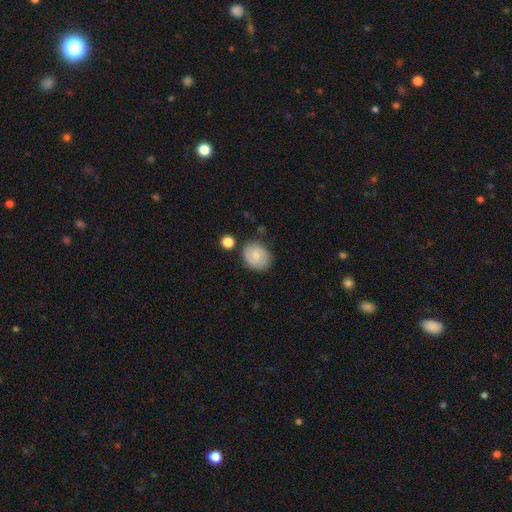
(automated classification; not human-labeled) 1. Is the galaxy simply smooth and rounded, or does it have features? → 46% featured or disk (tied), 46% smooth (tied), 8% star or artifact.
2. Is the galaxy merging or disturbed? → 73% none, 17% minor disturbance, 5% major disturbance, 5% merger.